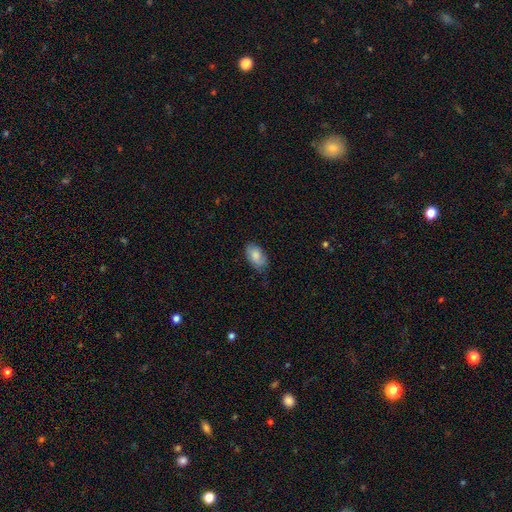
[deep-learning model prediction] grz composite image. It shows a smooth galaxy with no disk features (73%) that is in between round and cigar-shaped (91%). Merging: none (68%).